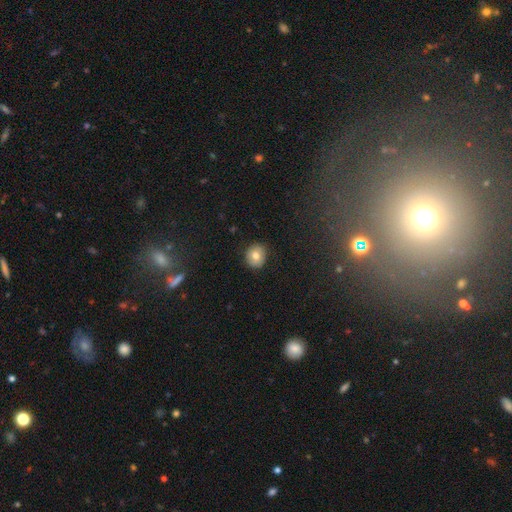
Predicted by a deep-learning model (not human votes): Overall: smooth (76%). How rounded: round (83%). Merging: none (87%).